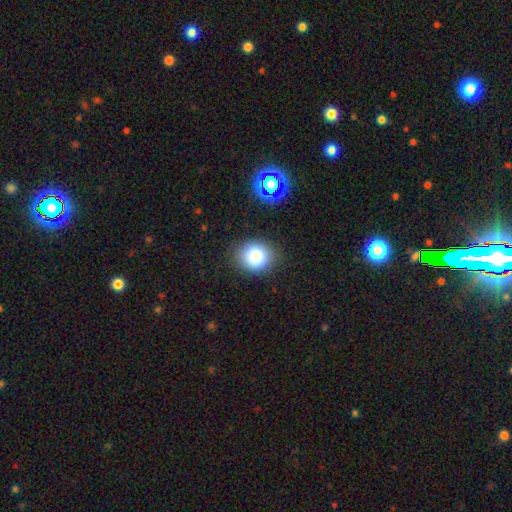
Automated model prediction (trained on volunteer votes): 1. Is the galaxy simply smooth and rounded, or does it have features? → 79% smooth, 12% star or artifact, 9% featured or disk.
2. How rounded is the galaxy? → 71% round, 28% in between, 1% cigar-shaped.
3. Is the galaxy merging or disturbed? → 87% none, 9% minor disturbance, 3% major disturbance, 1% merger.